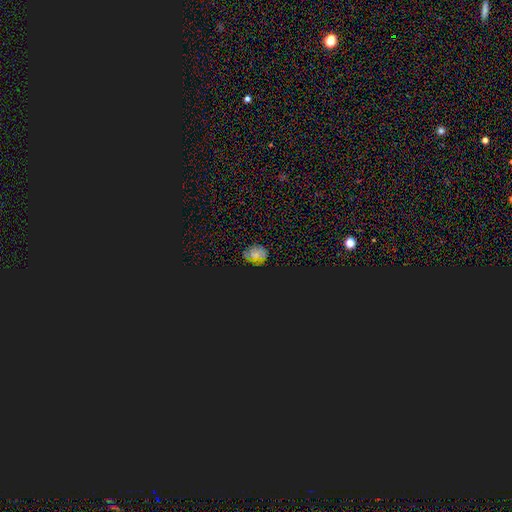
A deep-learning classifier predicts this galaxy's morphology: Smooth or featured? star or artifact (53%)